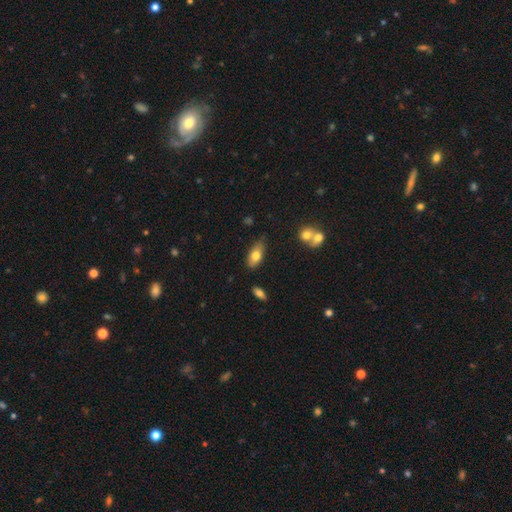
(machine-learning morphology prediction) Q: Smooth or featured?
A: smooth (74%); runner-up: featured or disk (19%)
Q: How rounded?
A: in between (87%); runner-up: cigar-shaped (10%)
Q: Merging?
A: none (70%); runner-up: minor disturbance (22%)